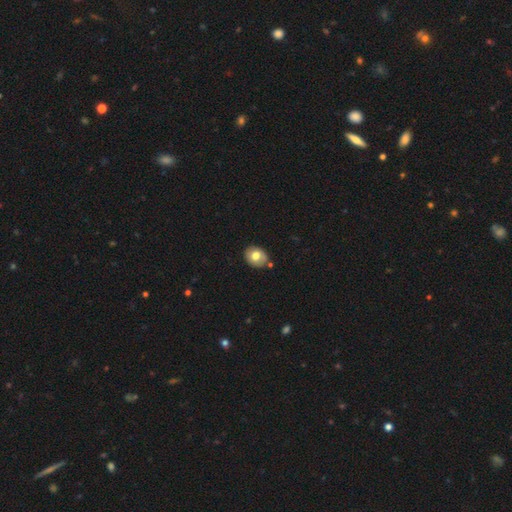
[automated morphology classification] A smooth galaxy with no disk features (71%) that is round (50%). Merging: none (79%).